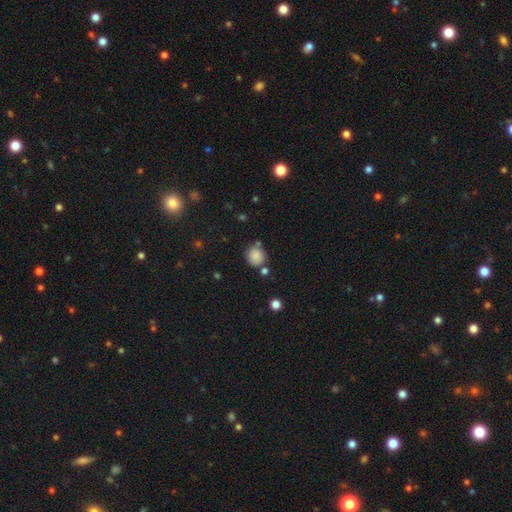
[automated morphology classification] The model was most divided on "merging": none: 70%, minor disturbance: 15%, merger: 11%, major disturbance: 4%. More confident: smooth or featured — smooth (85%); how rounded — round (81%).